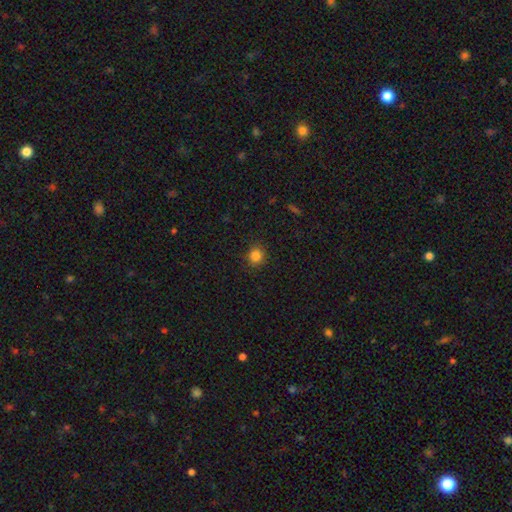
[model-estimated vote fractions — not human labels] This appears to be a smooth galaxy with no disk features (83%) that is round (88%). Merging: none (89%).